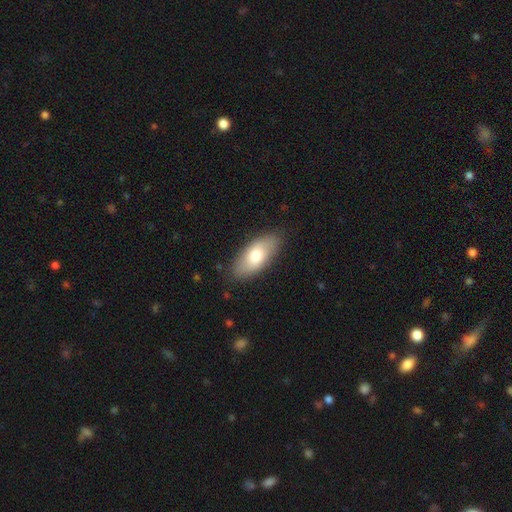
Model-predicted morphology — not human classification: The model was most divided on "smooth or featured": smooth: 72%, featured or disk: 23%, star or artifact: 6%. More confident: how rounded — in between (88%); merging — none (84%).